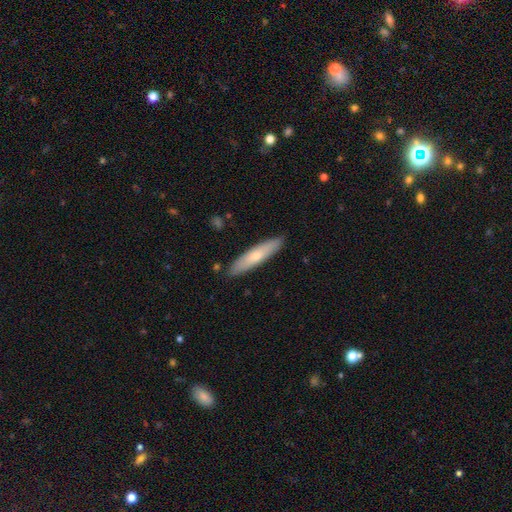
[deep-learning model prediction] Overall: smooth (61%; featured or disk 33%). How rounded: cigar-shaped (81%). Merging: none (88%).